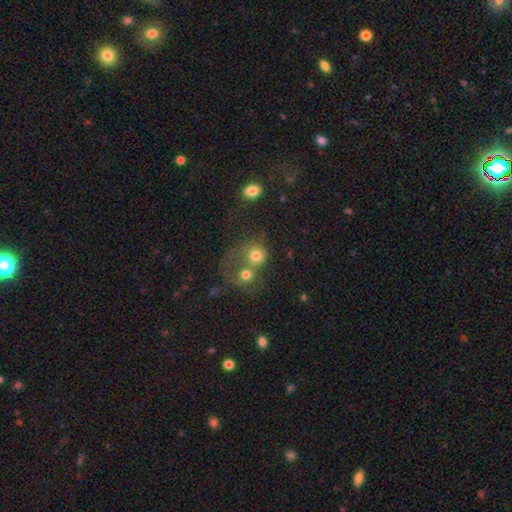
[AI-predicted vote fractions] Overall: smooth (72%). How rounded: round (78%). Merging: merger (57%; none 27%).